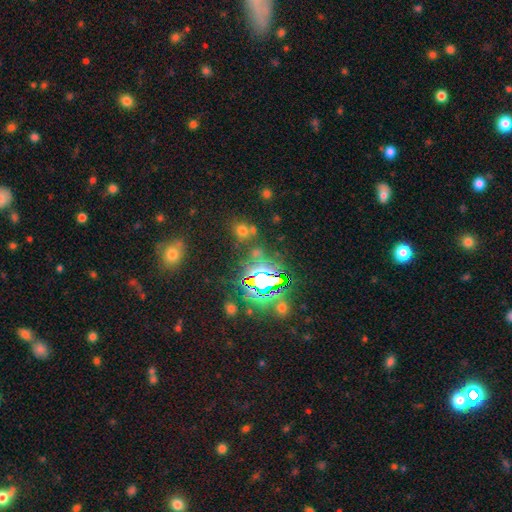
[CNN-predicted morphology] Smooth or featured?
  - star or artifact: 73% *
  - smooth: 18%
  - featured or disk: 8%